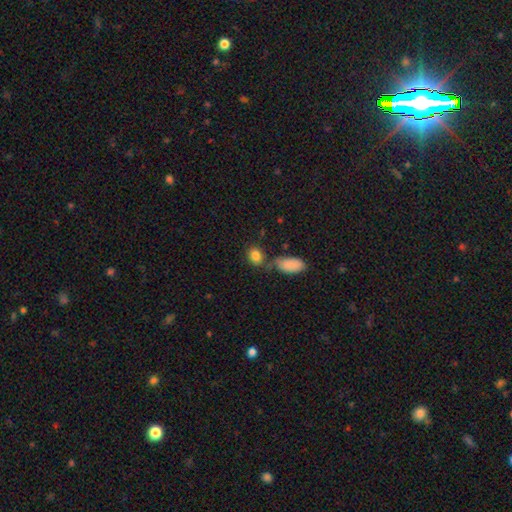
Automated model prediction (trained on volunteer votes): Morphology: type=smooth (85%); roundness=in between (62%); merging=none (65%).